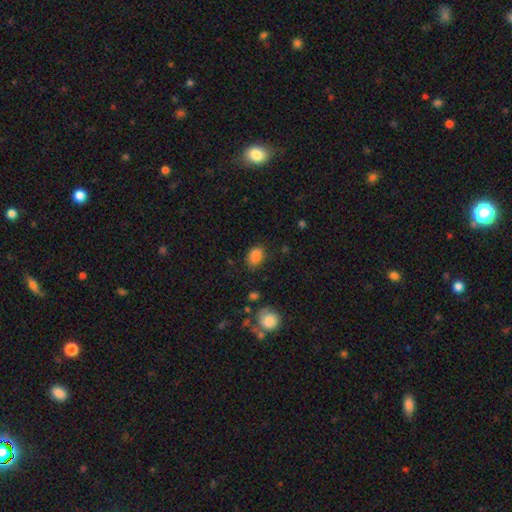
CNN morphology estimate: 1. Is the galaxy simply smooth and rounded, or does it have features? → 86% smooth, 9% star or artifact, 5% featured or disk.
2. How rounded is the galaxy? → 75% in between, 24% round, 1% cigar-shaped.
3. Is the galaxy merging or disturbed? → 78% none, 16% minor disturbance, 4% major disturbance, 2% merger.